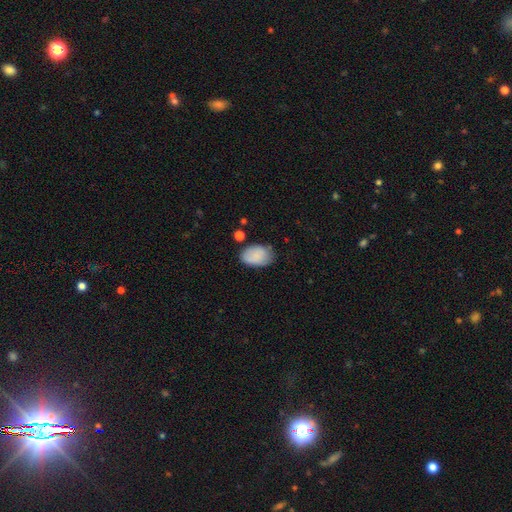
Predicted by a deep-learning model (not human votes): smooth 85%, featured or disk 8%, star or artifact 7%. Down the decision tree: how rounded — in between (89%); merging — none (67%).